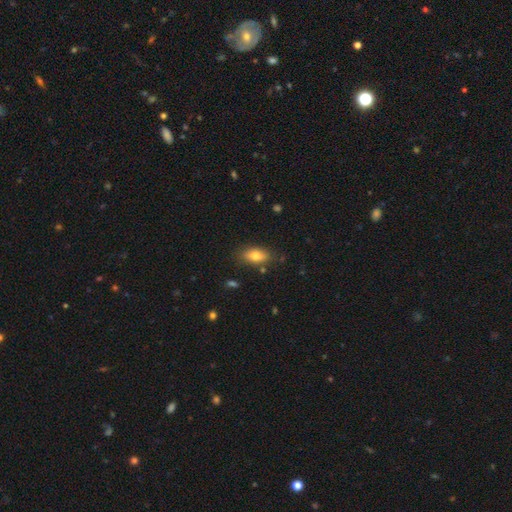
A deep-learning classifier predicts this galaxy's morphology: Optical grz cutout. It shows a smooth galaxy with no disk features (77%) that is in between round and cigar-shaped (85%). Merging: none (81%).